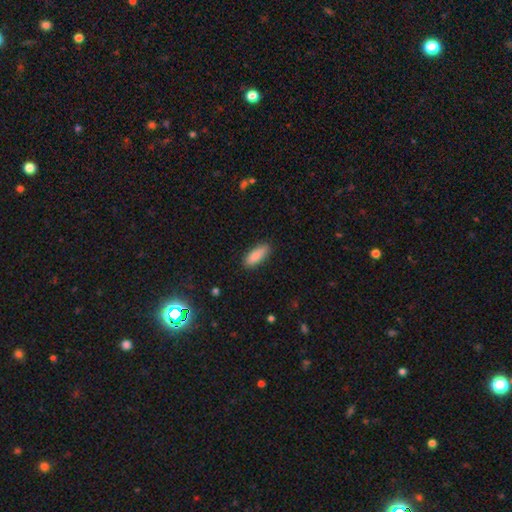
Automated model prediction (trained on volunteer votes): Q: Smooth or featured?
A: smooth (88%); runner-up: star or artifact (6%)
Q: How rounded?
A: in between (67%); runner-up: cigar-shaped (31%)
Q: Merging?
A: none (87%); runner-up: minor disturbance (10%)